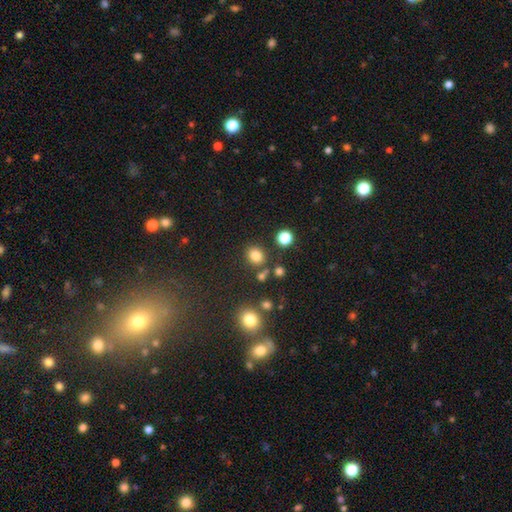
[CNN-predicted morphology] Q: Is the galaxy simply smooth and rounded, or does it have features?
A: smooth — 81%.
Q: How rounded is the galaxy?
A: round — 57%.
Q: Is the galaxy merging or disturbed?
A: none — 78%.